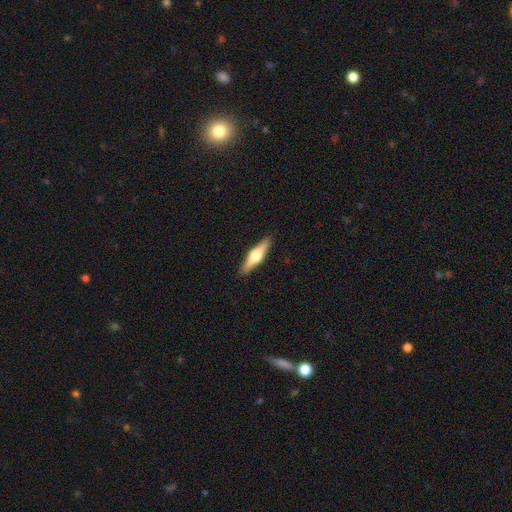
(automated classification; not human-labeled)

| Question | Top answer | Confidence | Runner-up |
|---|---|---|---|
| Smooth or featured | featured or disk | 61% | smooth (34%) |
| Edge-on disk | yes | 97% | no (3%) |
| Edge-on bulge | rounded | 94% | boxy (4%) |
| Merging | none | 91% | minor disturbance (6%) |